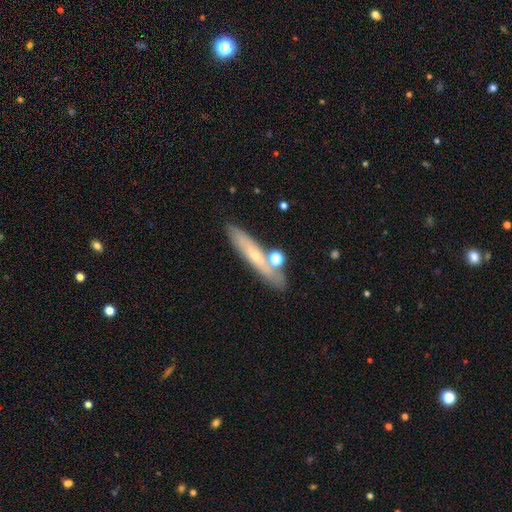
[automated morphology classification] smooth-or-featured: smooth: 48% | featured or disk: 44% | star or artifact: 9%
  merging: none: 73% | minor disturbance: 14% | merger: 10% | major disturbance: 4%